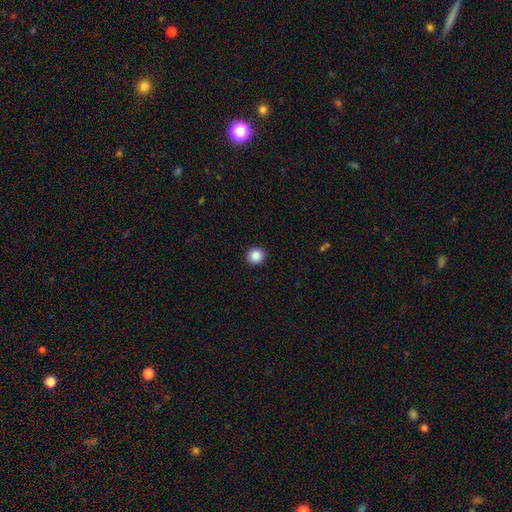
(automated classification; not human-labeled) Smooth or featured: smooth — 88% (star or artifact — 9%)
How rounded: round — 95% (in between — 5%)
Merging: none — 93% (minor disturbance — 4%)